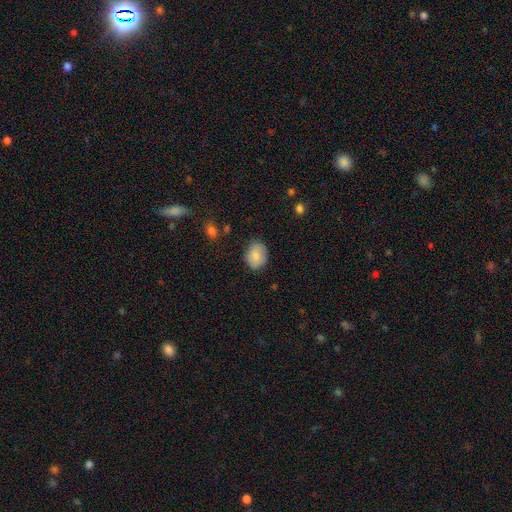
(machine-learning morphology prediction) Smooth or featured?
  - smooth: 81% *
  - featured or disk: 11%
  - star or artifact: 7%
How rounded?
  - in between: 65% *
  - round: 34%
  - cigar-shaped: 1%
Merging?
  - none: 79% *
  - minor disturbance: 16%
  - major disturbance: 3%
  - merger: 1%